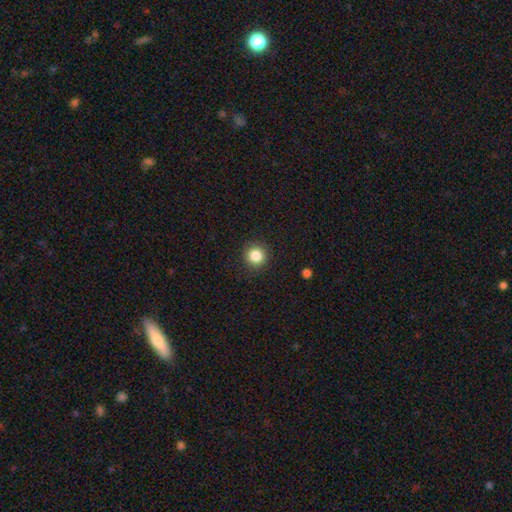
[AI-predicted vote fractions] Smooth or featured? Predicted: smooth (p=0.85). How rounded? Predicted: round (p=0.94). Merging? Predicted: none (p=0.90).